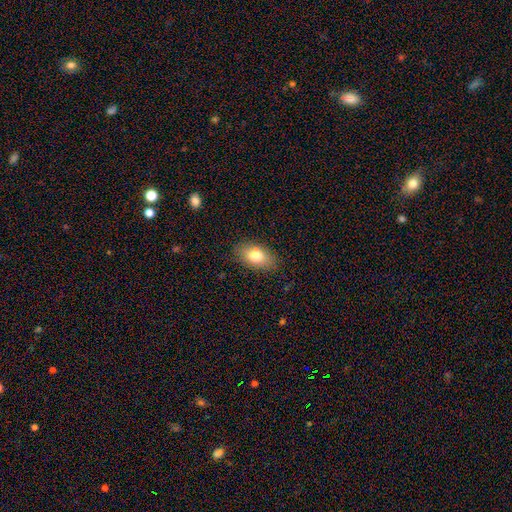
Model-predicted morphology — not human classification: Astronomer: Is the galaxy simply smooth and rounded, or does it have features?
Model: smooth — 78%.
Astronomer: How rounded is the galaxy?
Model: in between — 90%.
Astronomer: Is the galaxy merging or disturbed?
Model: none — 84%.